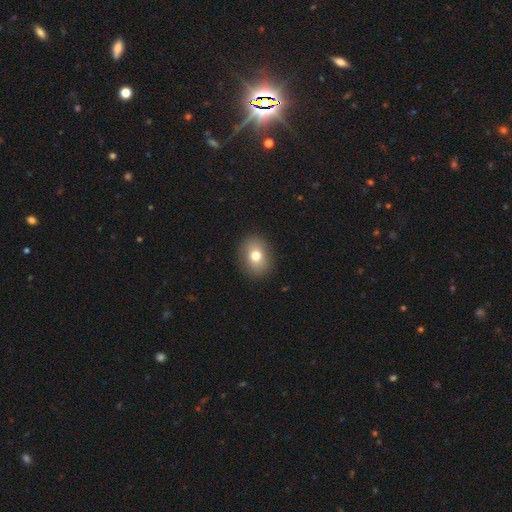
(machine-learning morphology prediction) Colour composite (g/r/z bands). It shows a smooth galaxy with no disk features (75%) that is in between round and cigar-shaped (55%). Merging: none (89%).